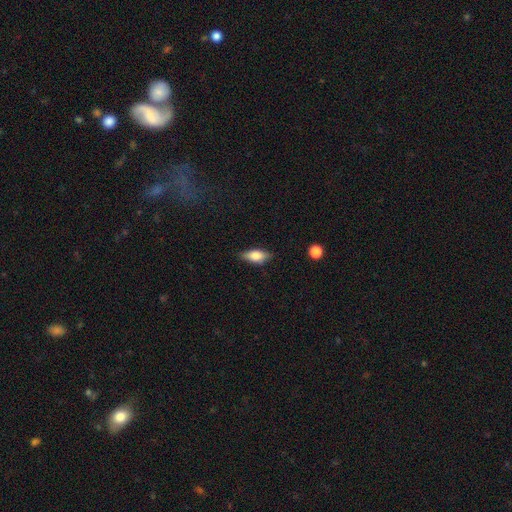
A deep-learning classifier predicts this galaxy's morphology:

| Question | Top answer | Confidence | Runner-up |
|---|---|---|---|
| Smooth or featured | smooth | 71% | featured or disk (22%) |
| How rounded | in between | 79% | cigar-shaped (17%) |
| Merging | none | 81% | minor disturbance (15%) |